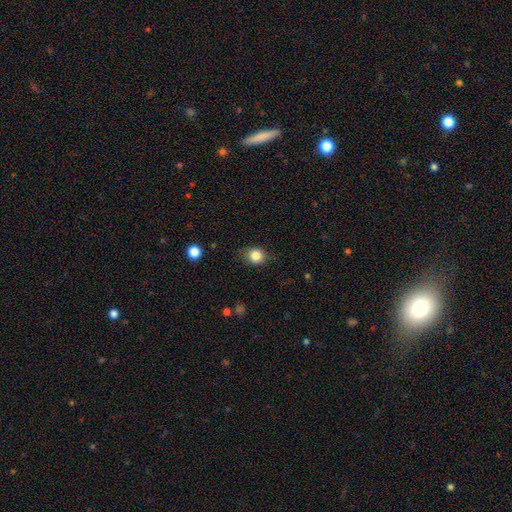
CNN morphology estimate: type=smooth (84%); roundness=round (70%); merging=none (79%).